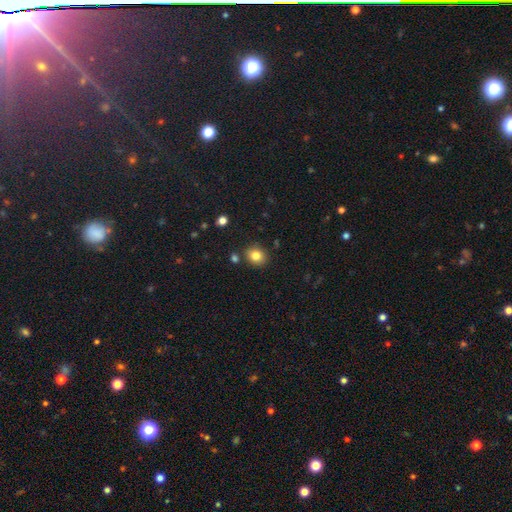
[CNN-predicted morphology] Smooth or featured?
  - smooth: 83% *
  - star or artifact: 11%
  - featured or disk: 7%
How rounded?
  - round: 68% *
  - in between: 31%
  - cigar-shaped: 1%
Merging?
  - none: 85% *
  - minor disturbance: 9%
  - merger: 4%
  - major disturbance: 2%